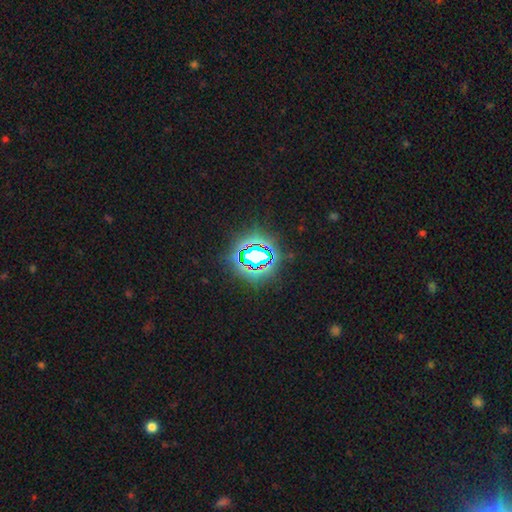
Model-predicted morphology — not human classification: smooth-or-featured: star or artifact: 75% | smooth: 15% | featured or disk: 10%